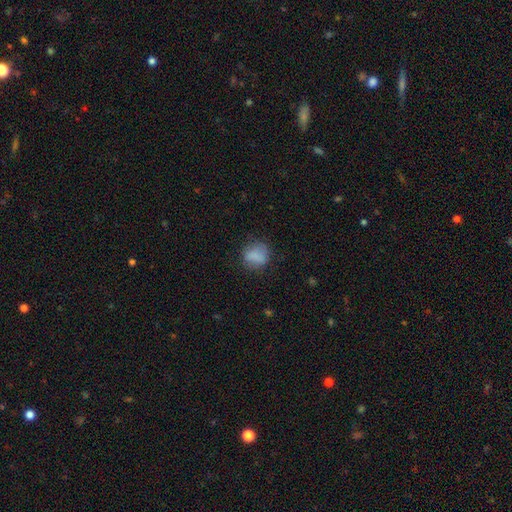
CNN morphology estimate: A smooth galaxy with no disk features (80%) that is round (66%). Merging: none (70%).